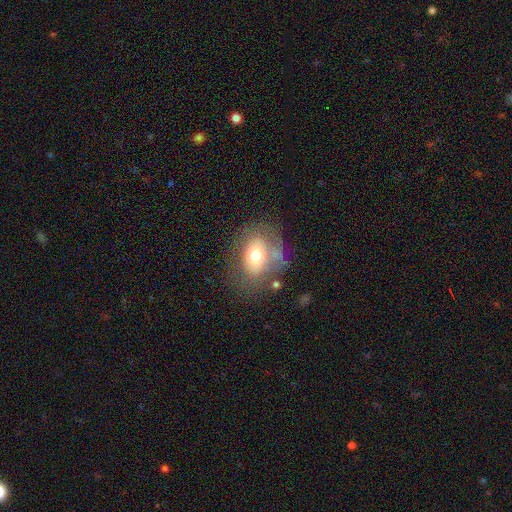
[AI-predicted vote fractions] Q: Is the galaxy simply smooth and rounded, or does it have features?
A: smooth — 60%.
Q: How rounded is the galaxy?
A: in between — 66%.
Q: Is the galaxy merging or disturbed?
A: none — 50%.